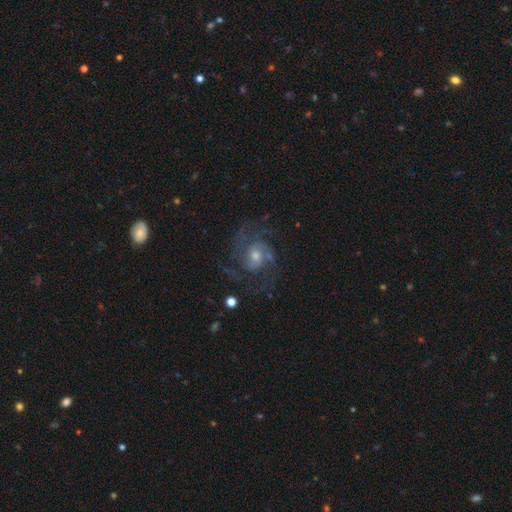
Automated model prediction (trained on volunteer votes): The model was most divided on "spiral arm count": 3: 34%, 2: 29%, can't tell: 17%, 4: 10%, 1: 6%, more than 4: 5%. More confident: edge-on disk — no (98%); spiral arms — yes (96%); smooth or featured — featured or disk (84%); merging — none (68%); bar — no (65%); bulge size — moderate (52%); spiral winding — medium (51%).